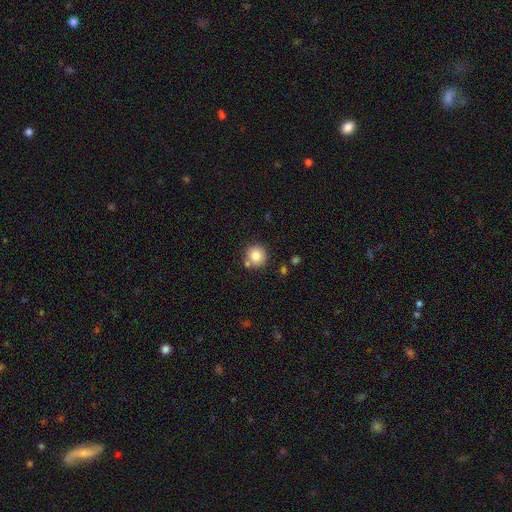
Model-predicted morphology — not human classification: Smooth or featured? Predicted: smooth (p=0.82). How rounded? Predicted: round (p=0.93). Merging? Predicted: none (p=0.77).